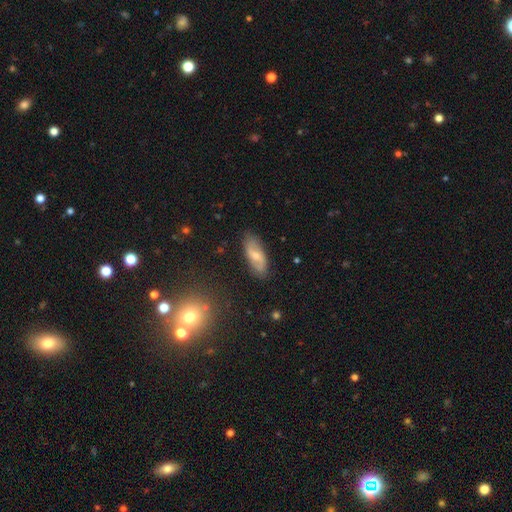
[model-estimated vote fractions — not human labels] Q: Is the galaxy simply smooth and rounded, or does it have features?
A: featured or disk — 63%.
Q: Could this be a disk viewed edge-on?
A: no — 90%.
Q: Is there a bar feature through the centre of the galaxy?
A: weak — 48%.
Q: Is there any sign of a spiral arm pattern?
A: yes — 82%.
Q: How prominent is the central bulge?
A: small — 50%.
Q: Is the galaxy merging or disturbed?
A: none — 83%.